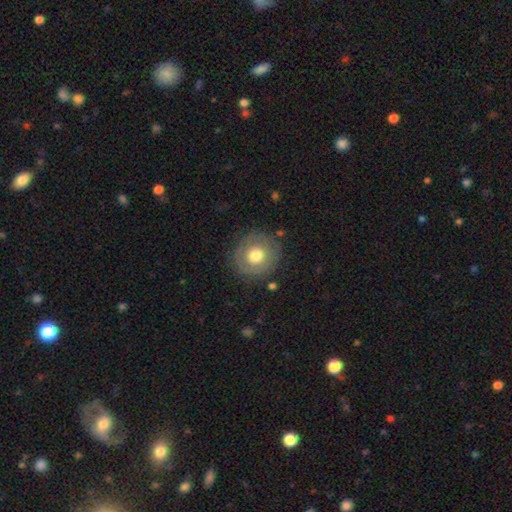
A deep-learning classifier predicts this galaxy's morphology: This is likely a smooth galaxy (63%). How rounded: clearly round (94%). Merging: clearly none (82%).